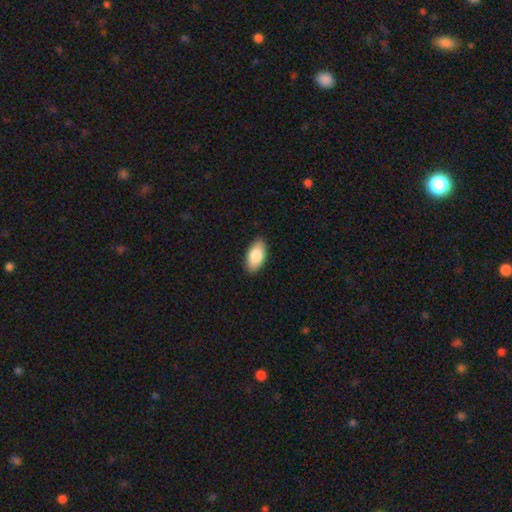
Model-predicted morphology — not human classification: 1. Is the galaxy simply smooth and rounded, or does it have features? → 84% smooth, 10% featured or disk, 6% star or artifact.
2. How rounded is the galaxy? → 94% in between, 4% cigar-shaped, 3% round.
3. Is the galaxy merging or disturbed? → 88% none, 9% minor disturbance, 2% major disturbance, 1% merger.